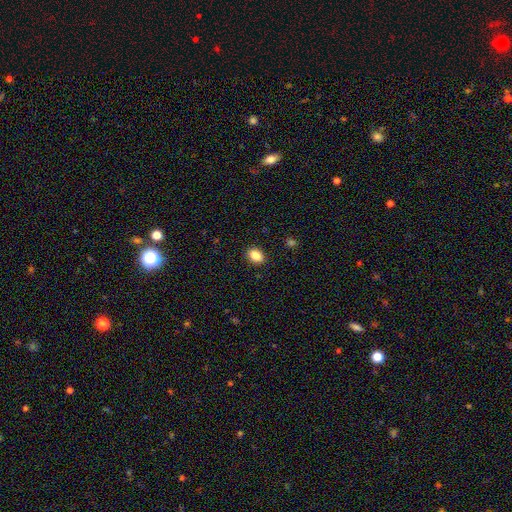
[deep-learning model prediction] The model was most divided on "how rounded": in between: 76%, round: 23%, cigar-shaped: 1%. More confident: merging — none (90%); smooth or featured — smooth (86%).